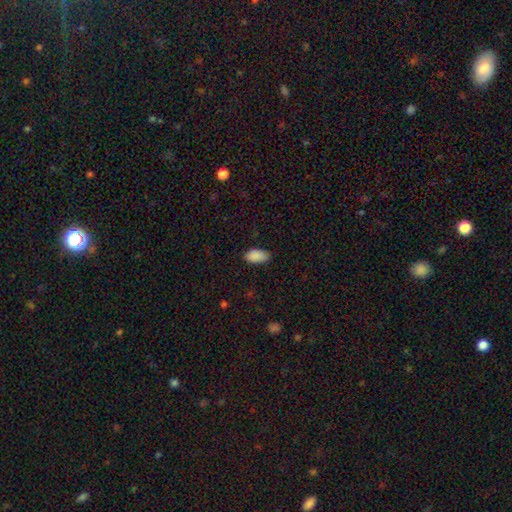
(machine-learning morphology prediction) Smooth or featured? Predicted: smooth (p=0.90). How rounded? Predicted: in between (p=0.94). Merging? Predicted: none (p=0.80).